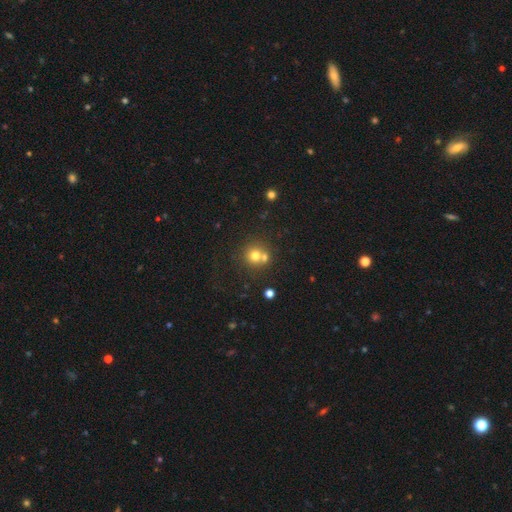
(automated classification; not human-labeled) Morphology: type=smooth (72%); roundness=round (90%); merging=none (56%).